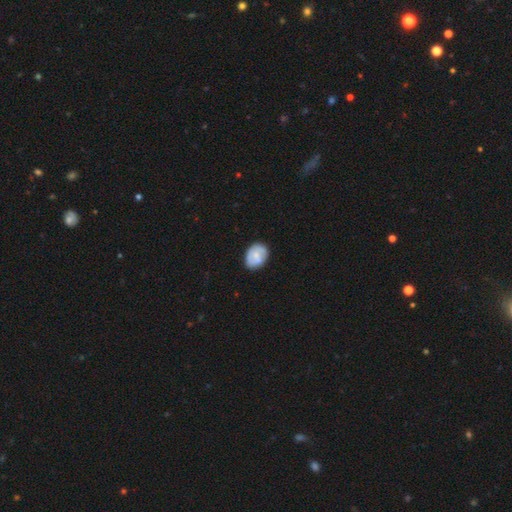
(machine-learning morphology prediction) smooth-or-featured: smooth: 49% | featured or disk: 45% | star or artifact: 6%
  merging: none: 80% | minor disturbance: 15% | major disturbance: 4% | merger: 1%